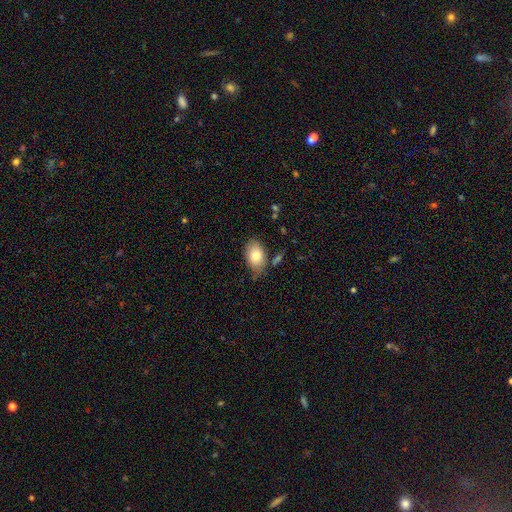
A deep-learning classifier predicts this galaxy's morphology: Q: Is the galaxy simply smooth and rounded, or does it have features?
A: smooth — 79%.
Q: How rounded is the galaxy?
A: in between — 88%.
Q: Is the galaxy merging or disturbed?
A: none — 71%.